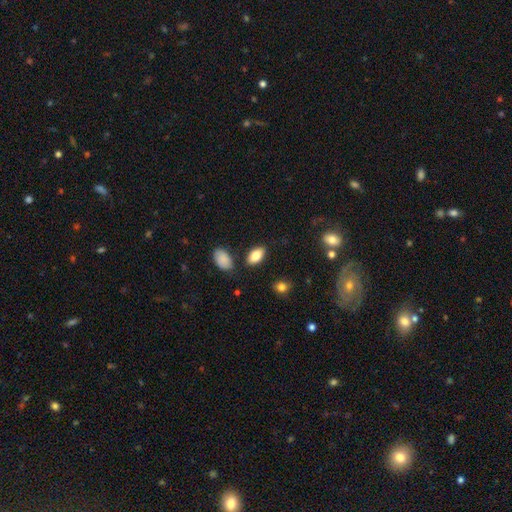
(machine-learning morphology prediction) Overall: smooth (81%). How rounded: in between (92%). Merging: none (83%).